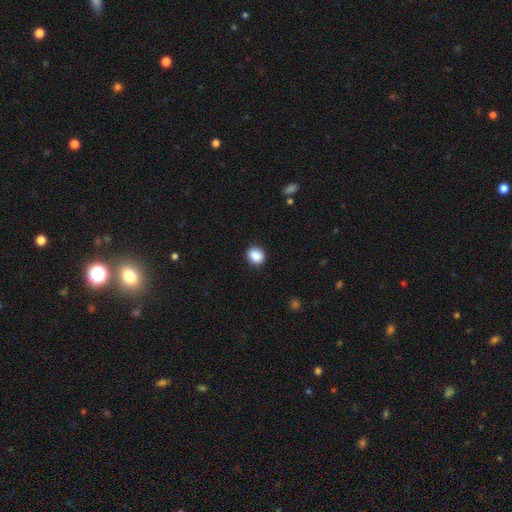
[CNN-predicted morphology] This appears to be a smooth galaxy with no disk features (88%) that is round (74%). Merging: none (90%).